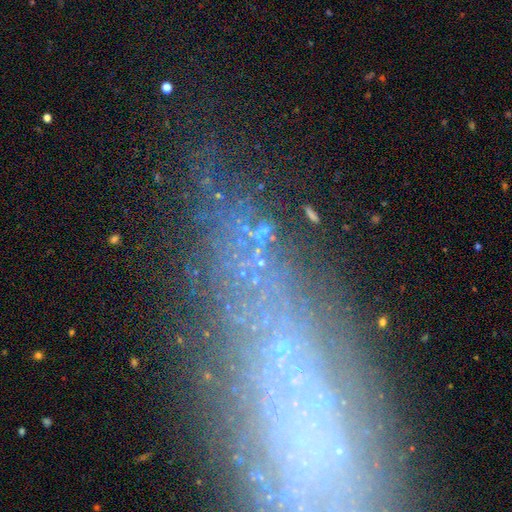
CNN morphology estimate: A star or artifact, not a galaxy (51%).

Vote fractions:
- Smooth or featured? star or artifact: 51% / featured or disk: 30% / smooth: 19%